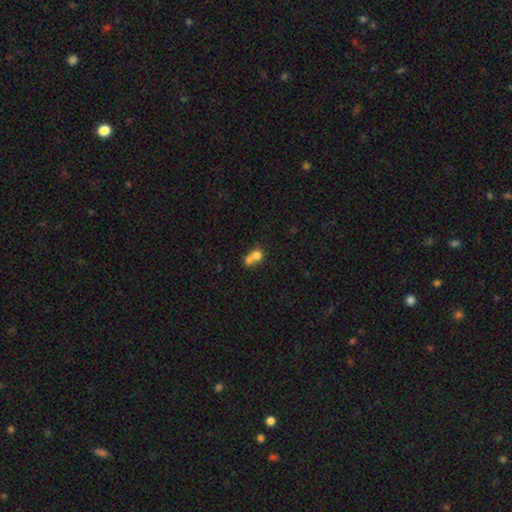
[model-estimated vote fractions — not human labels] A smooth galaxy with no disk features (72%) that is round (71%). Merging: merger (68%).